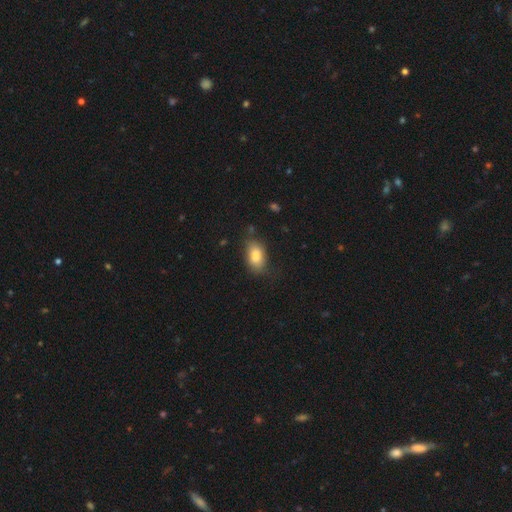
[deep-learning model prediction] Q: Smooth or featured?
A: smooth (81%); runner-up: featured or disk (11%)
Q: How rounded?
A: in between (86%); runner-up: round (12%)
Q: Merging?
A: none (74%); runner-up: minor disturbance (19%)